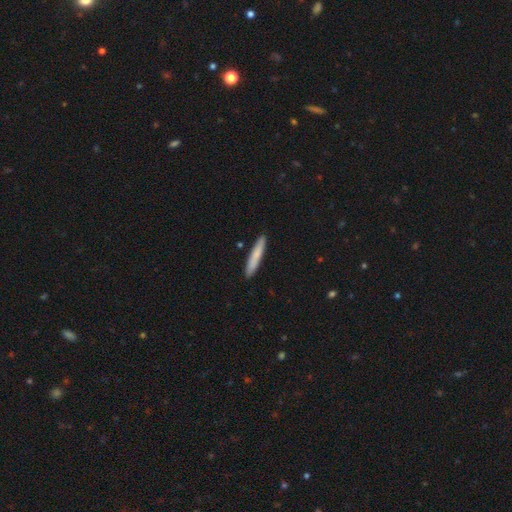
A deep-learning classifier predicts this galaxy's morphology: Smooth or featured?
  - smooth: 77% *
  - featured or disk: 18%
  - star or artifact: 5%
How rounded?
  - cigar-shaped: 94% *
  - in between: 5%
  - round: 1%
Merging?
  - none: 91% *
  - minor disturbance: 7%
  - merger: 1%
  - major disturbance: 1%